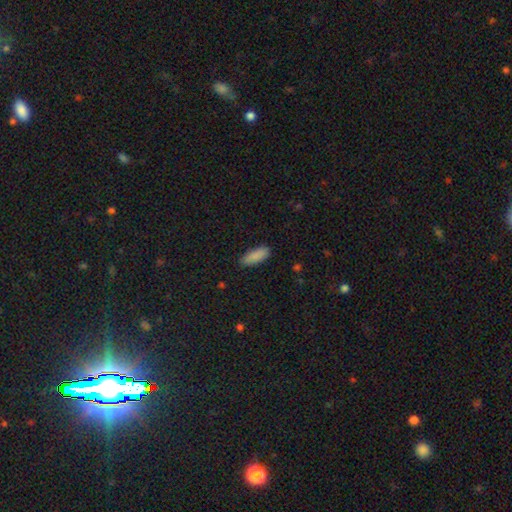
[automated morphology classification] Q: Smooth or featured?
A: smooth (89%); runner-up: star or artifact (6%)
Q: How rounded?
A: in between (70%); runner-up: cigar-shaped (28%)
Q: Merging?
A: none (86%); runner-up: minor disturbance (11%)